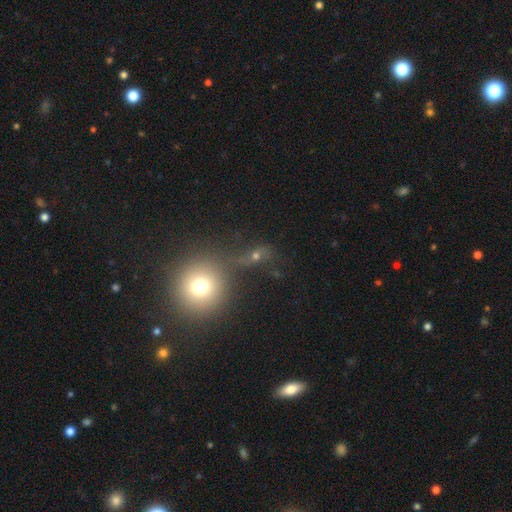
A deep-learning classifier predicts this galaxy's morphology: star or artifact 41%, smooth 40%, featured or disk 19%.